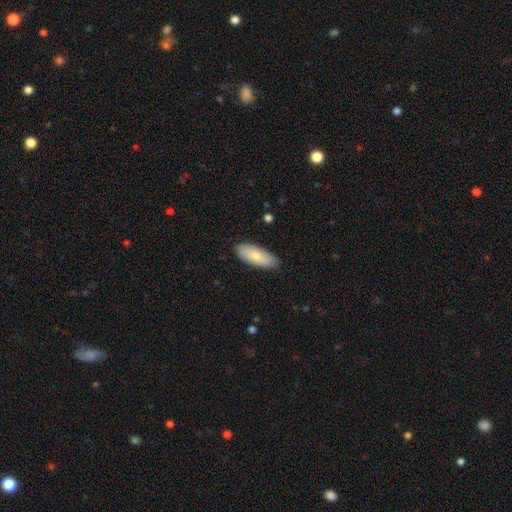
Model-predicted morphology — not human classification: Smooth or featured? Predicted: smooth (p=0.77). How rounded? Predicted: in between (p=0.81). Merging? Predicted: none (p=0.84).